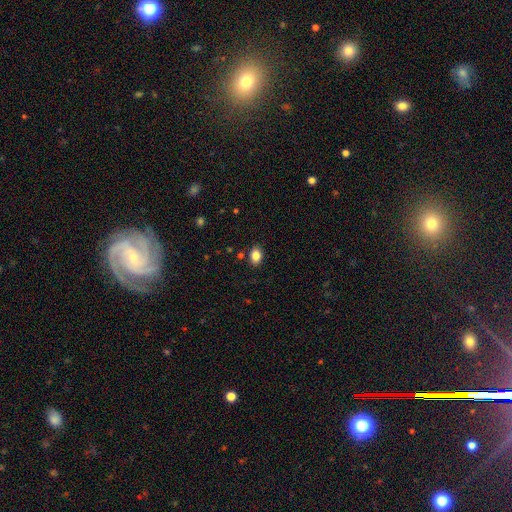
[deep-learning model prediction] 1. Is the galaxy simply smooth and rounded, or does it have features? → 85% smooth, 9% star or artifact, 6% featured or disk.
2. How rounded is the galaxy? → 75% in between, 24% round, 1% cigar-shaped.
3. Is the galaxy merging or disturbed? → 86% none, 9% minor disturbance, 3% merger, 2% major disturbance.